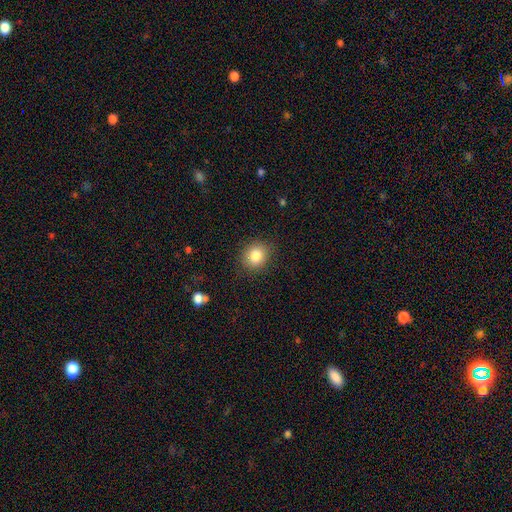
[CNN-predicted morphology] Smooth or featured? Predicted: smooth (p=0.83). How rounded? Predicted: round (p=0.76). Merging? Predicted: none (p=0.86).